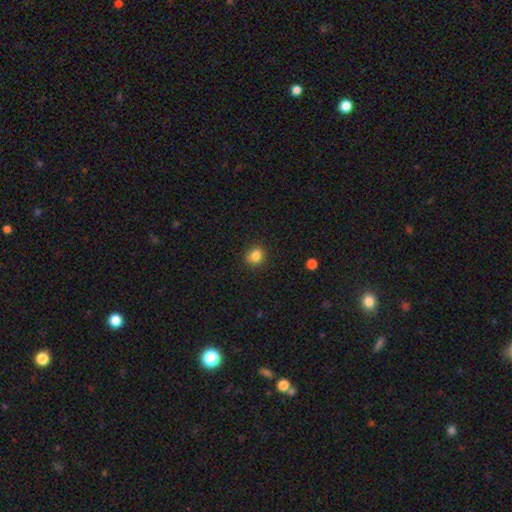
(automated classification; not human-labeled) Q: Smooth or featured?
A: smooth (84%); runner-up: star or artifact (12%)
Q: How rounded?
A: round (84%); runner-up: in between (15%)
Q: Merging?
A: none (87%); runner-up: minor disturbance (9%)